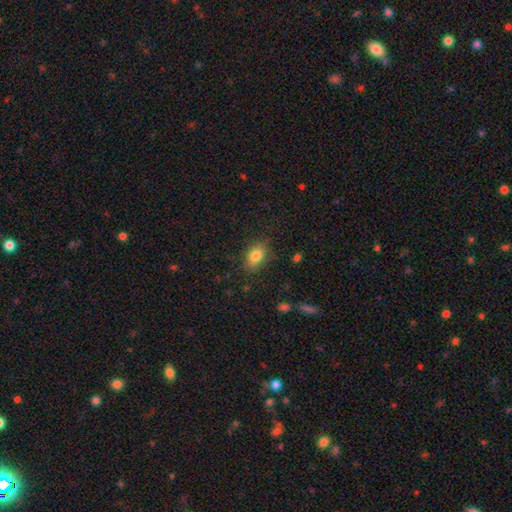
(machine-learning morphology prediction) type=smooth (82%); roundness=in between (83%); merging=none (81%).